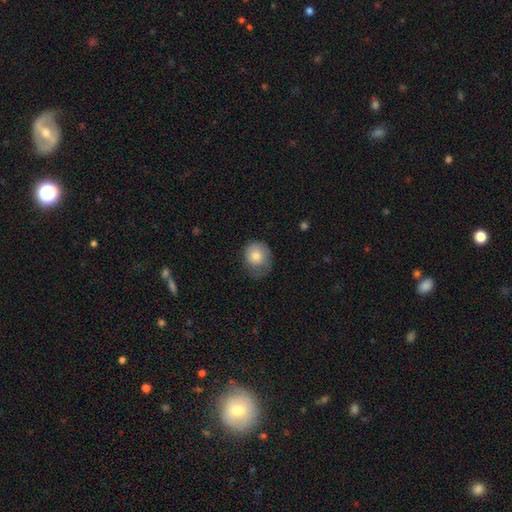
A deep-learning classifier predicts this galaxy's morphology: type=smooth (77%); roundness=round (69%); merging=none (48%).